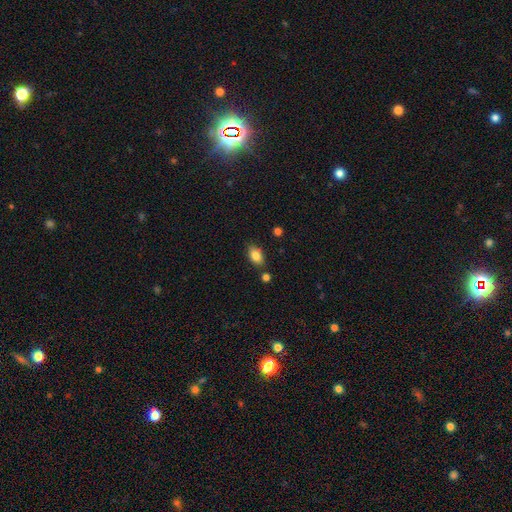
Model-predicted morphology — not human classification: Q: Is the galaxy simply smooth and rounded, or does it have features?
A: smooth — 83%.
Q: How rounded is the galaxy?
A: in between — 88%.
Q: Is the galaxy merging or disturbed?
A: none — 79%.